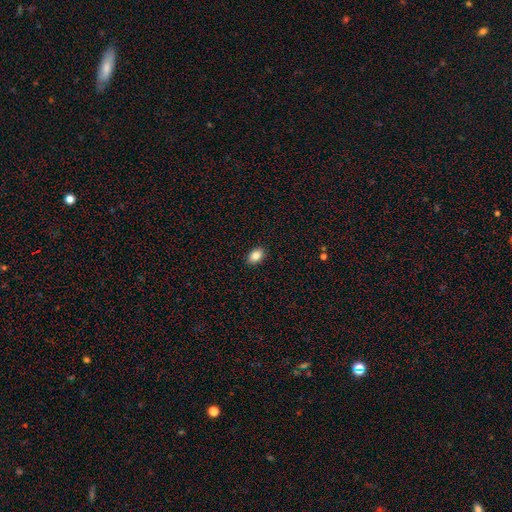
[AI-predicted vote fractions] Q: Smooth or featured?
A: smooth (86%); runner-up: star or artifact (8%)
Q: How rounded?
A: in between (84%); runner-up: round (15%)
Q: Merging?
A: none (90%); runner-up: minor disturbance (7%)